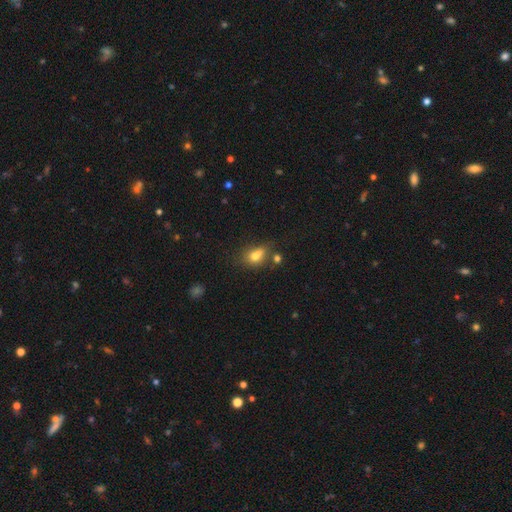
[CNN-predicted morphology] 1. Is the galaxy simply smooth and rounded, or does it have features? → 77% smooth, 12% star or artifact, 12% featured or disk.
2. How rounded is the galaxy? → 73% in between, 23% round, 4% cigar-shaped.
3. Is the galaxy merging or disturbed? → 47% none, 24% minor disturbance, 18% merger, 10% major disturbance.